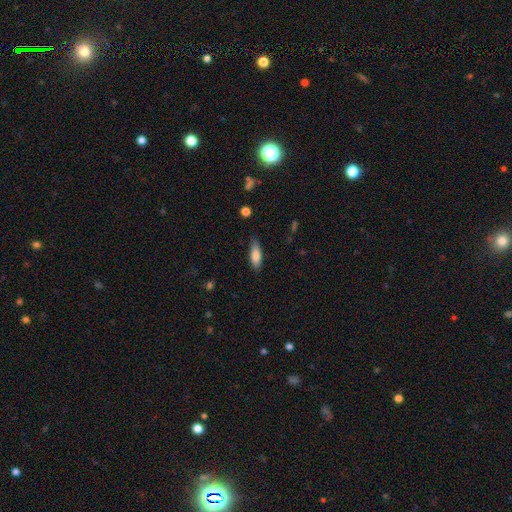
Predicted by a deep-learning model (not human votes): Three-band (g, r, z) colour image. It shows a smooth galaxy with no disk features (81%) that is in between round and cigar-shaped (54%). Merging: none (81%).